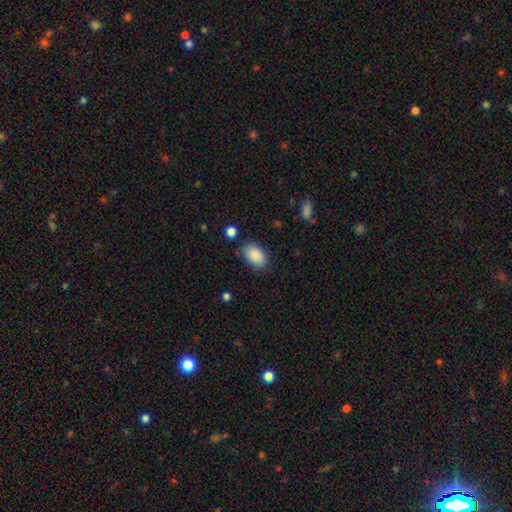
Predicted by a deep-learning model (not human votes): Morphology: type=smooth (89%); roundness=in between (92%); merging=none (82%).